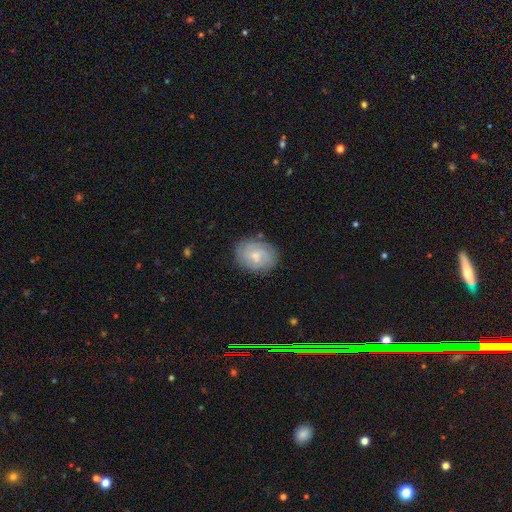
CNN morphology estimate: The model was most divided on "spiral arm count": can't tell: 39%, 2: 34%, 3: 14%, 4: 5%, 1: 4%, more than 4: 3%. More confident: edge-on disk — no (97%); spiral arms — yes (86%); merging — none (78%); spiral winding — tight (63%); smooth or featured — featured or disk (62%); bar — no (55%); bulge size — small (50%).